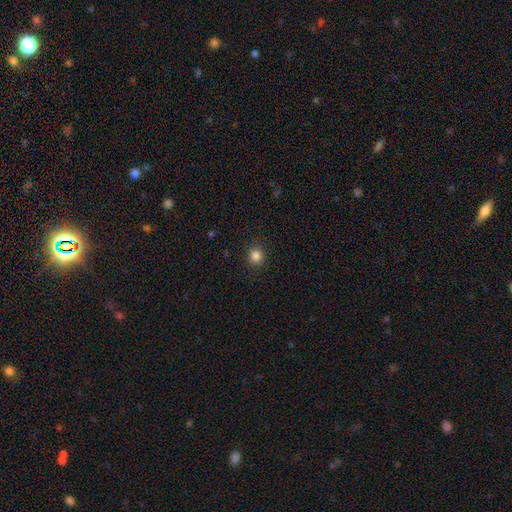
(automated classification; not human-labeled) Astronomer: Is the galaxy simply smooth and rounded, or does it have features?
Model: smooth — 84%.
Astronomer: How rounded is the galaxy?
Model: round — 85%.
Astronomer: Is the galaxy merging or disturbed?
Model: none — 91%.